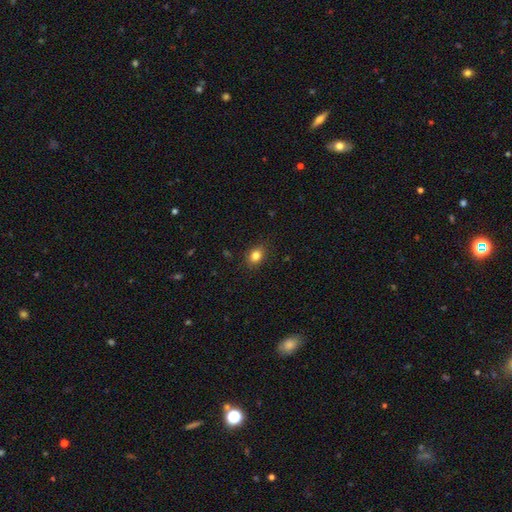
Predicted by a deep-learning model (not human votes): The model was most divided on "how rounded": in between: 58%, round: 40%, cigar-shaped: 1%. More confident: merging — none (86%); smooth or featured — smooth (83%).